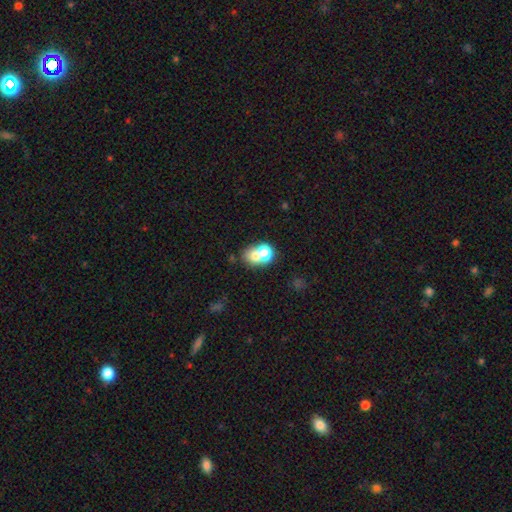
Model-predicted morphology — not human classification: smooth_or_featured: smooth (p=0.67) [alt: featured or disk p=0.19]
how_rounded: round (p=0.53) [alt: in between p=0.46]
merging: merger (p=0.54) [alt: none p=0.32]